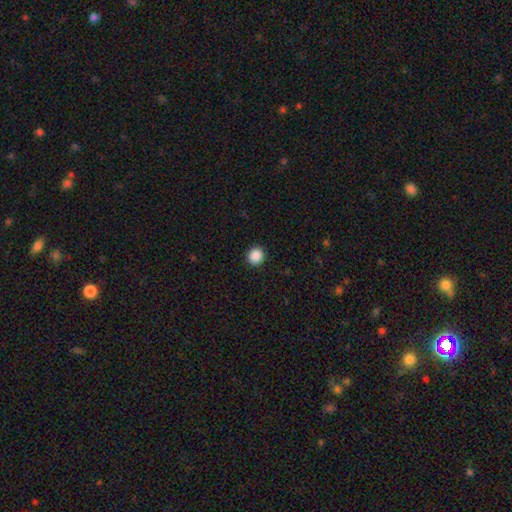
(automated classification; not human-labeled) Smooth or featured? smooth (88%)
How rounded? round (92%)
Merging? none (92%)